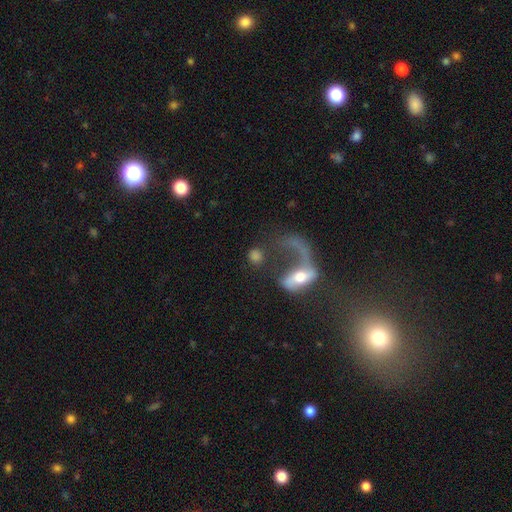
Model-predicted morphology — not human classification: Q: Smooth or featured?
A: smooth (52%); runner-up: featured or disk (38%)
Q: How rounded?
A: round (50%); runner-up: in between (41%)
Q: Merging?
A: none (34%); runner-up: major disturbance (28%)